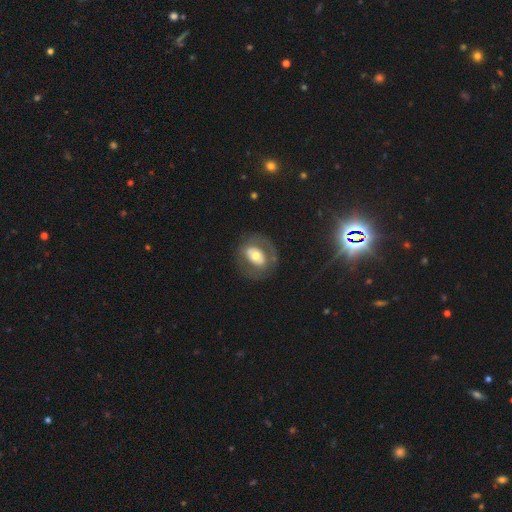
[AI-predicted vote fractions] Q: Smooth or featured?
A: featured or disk (50%); runner-up: smooth (43%)
Q: Edge-on disk?
A: no (94%); runner-up: yes (6%)
Q: Merging?
A: none (69%); runner-up: minor disturbance (15%)